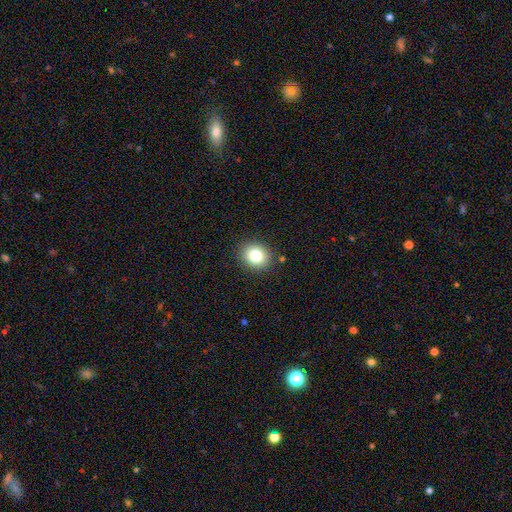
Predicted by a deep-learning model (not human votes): This is clearly a smooth galaxy (81%). How rounded: likely round (68%). Merging: clearly none (88%).